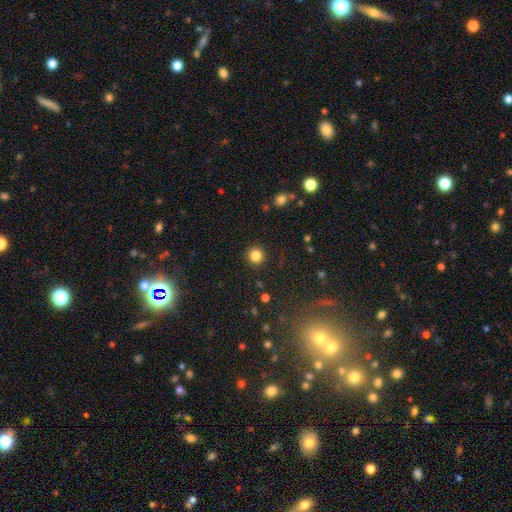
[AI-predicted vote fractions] The model was most divided on "smooth or featured": smooth: 84%, star or artifact: 12%, featured or disk: 4%. More confident: how rounded — round (95%); merging — none (91%).